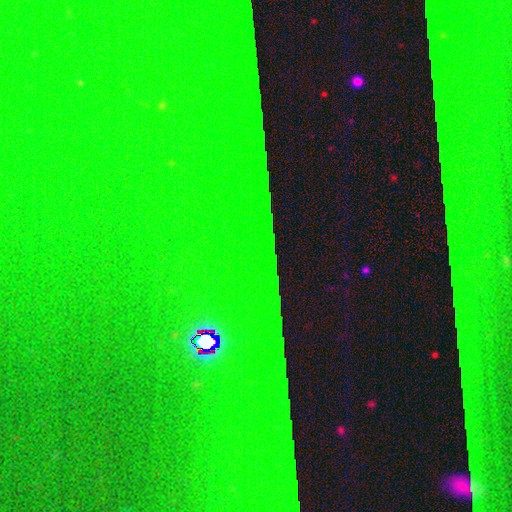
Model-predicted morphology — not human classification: smooth-or-featured: star or artifact: 86% | featured or disk: 8% | smooth: 6%